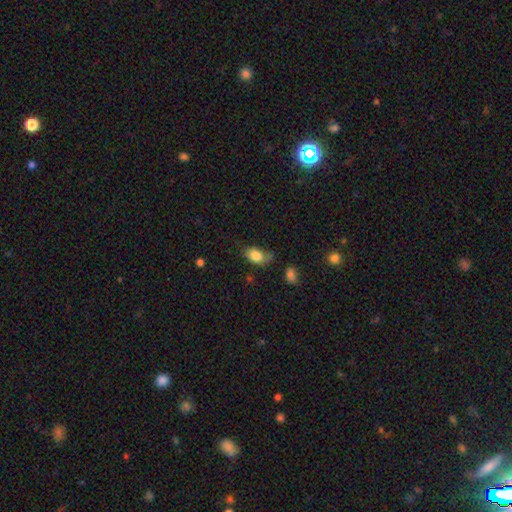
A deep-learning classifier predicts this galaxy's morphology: smooth 83%, featured or disk 9%, star or artifact 8%. Down the decision tree: how rounded — in between (85%); merging — none (49%).